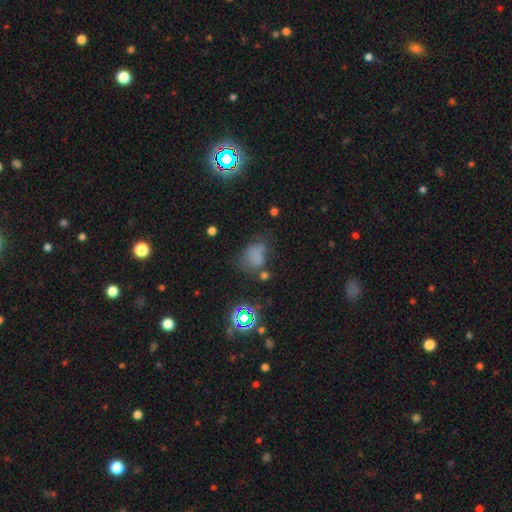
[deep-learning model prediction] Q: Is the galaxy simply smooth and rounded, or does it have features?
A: smooth — 63%.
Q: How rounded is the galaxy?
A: in between — 64%.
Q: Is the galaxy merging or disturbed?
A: none — 40%.